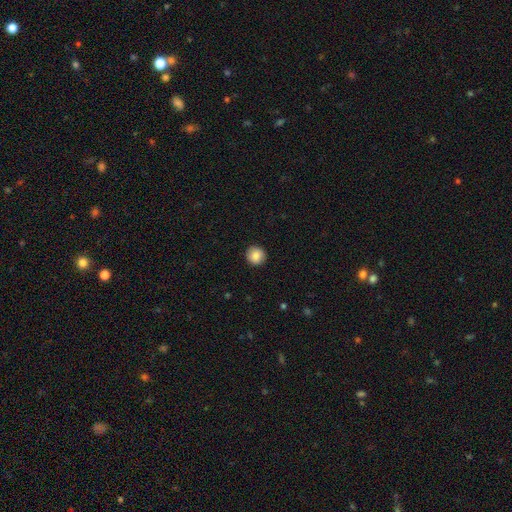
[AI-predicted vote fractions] Q: Smooth or featured?
A: smooth (87%); runner-up: star or artifact (8%)
Q: How rounded?
A: round (94%); runner-up: in between (5%)
Q: Merging?
A: none (92%); runner-up: minor disturbance (6%)